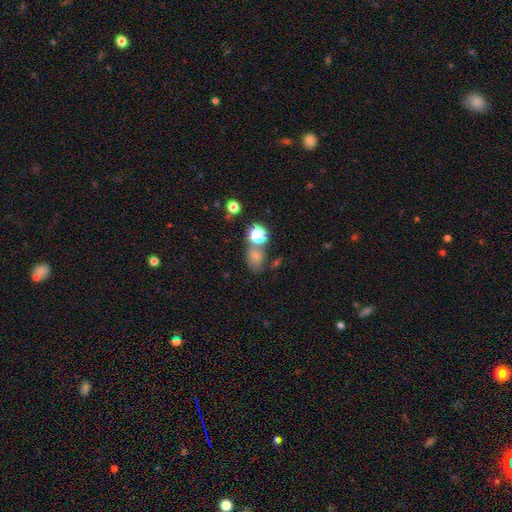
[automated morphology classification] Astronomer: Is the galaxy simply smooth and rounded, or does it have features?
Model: smooth — 65%.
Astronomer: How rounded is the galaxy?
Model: in between — 60% (runner-up: round, 39%).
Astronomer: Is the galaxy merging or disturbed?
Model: none — 51%.